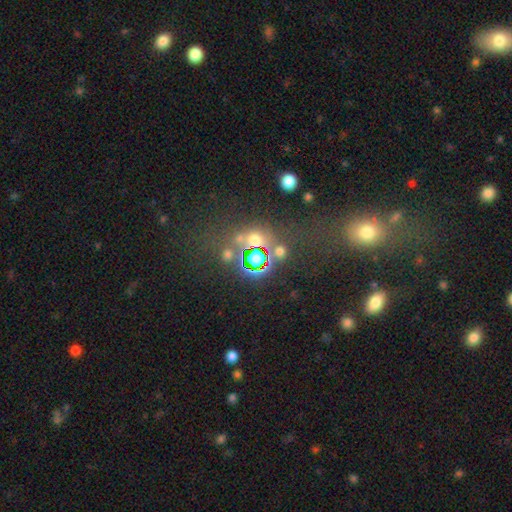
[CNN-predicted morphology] type=star or artifact (51%).